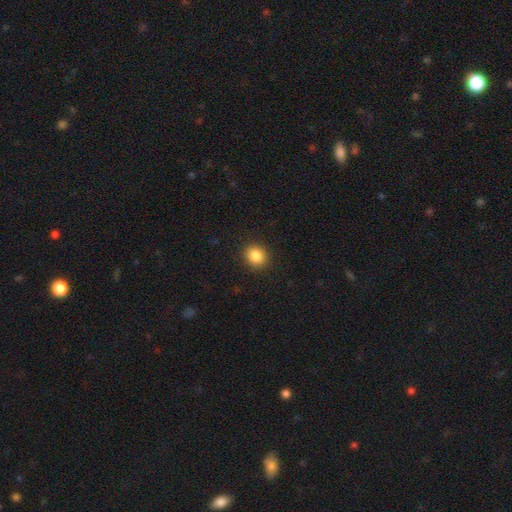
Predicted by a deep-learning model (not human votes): Smooth or featured? Predicted: smooth (p=0.86). How rounded? Predicted: round (p=0.77). Merging? Predicted: none (p=0.91).